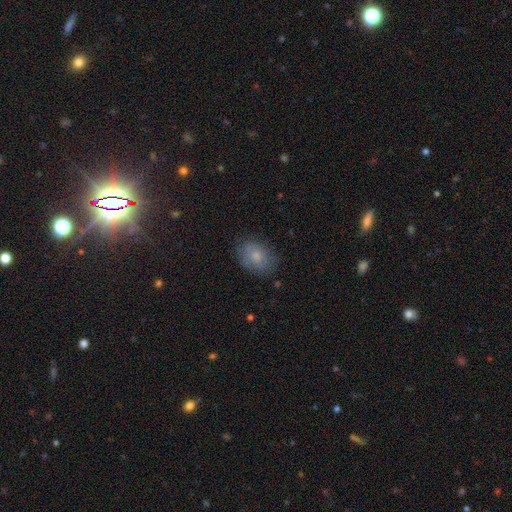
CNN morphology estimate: Smooth or featured? Predicted: smooth (p=0.71). How rounded? Predicted: in between (p=0.70). Merging? Predicted: none (p=0.74).